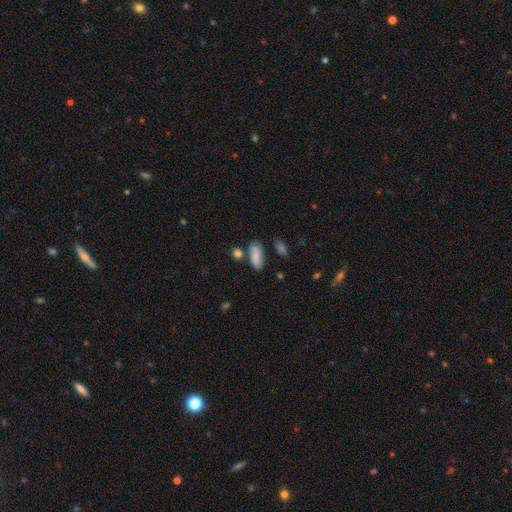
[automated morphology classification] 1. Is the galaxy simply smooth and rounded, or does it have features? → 83% smooth, 9% featured or disk, 8% star or artifact.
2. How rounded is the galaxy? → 82% in between, 14% cigar-shaped, 4% round.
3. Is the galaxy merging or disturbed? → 66% none, 17% minor disturbance, 12% merger, 5% major disturbance.